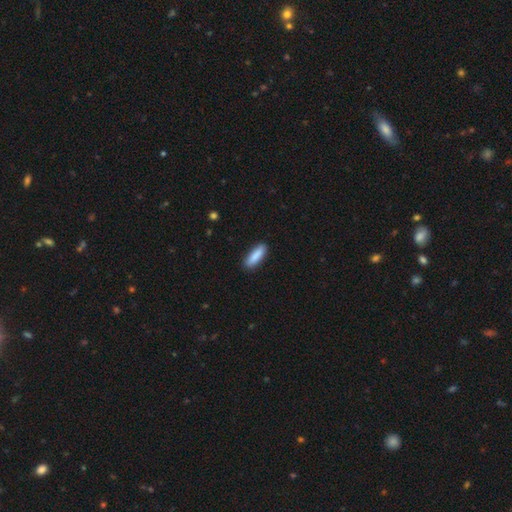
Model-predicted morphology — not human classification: A smooth galaxy with no disk features (88%) that is cigar-shaped (49%, tied with in between). Merging: none (88%).